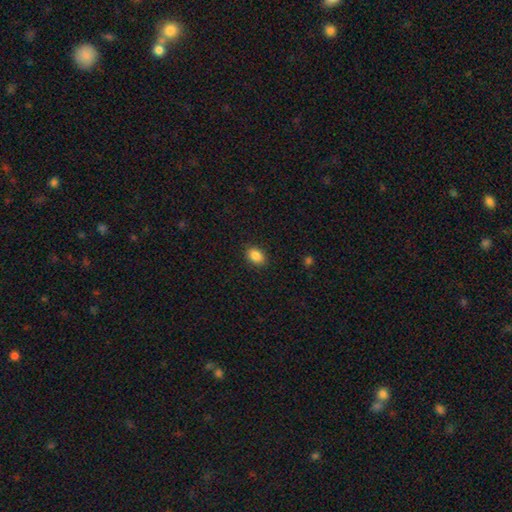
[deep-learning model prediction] Smooth or featured? smooth (87%)
How rounded? in between (80%)
Merging? none (89%)